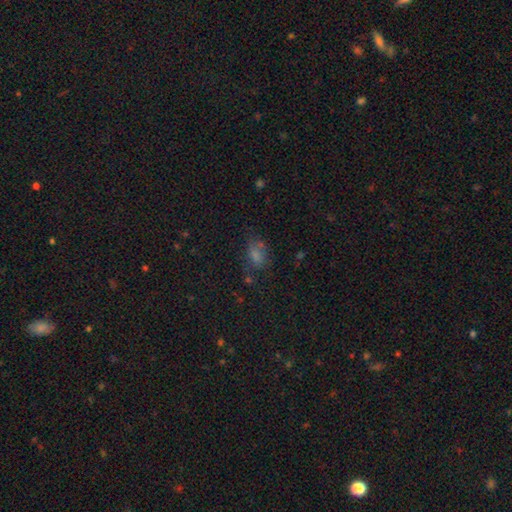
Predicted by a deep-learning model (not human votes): smooth_or_featured: smooth (p=0.61) [alt: star or artifact p=0.27]
how_rounded: in between (p=0.76) [alt: round p=0.21]
merging: none (p=0.59) [alt: minor disturbance p=0.21]